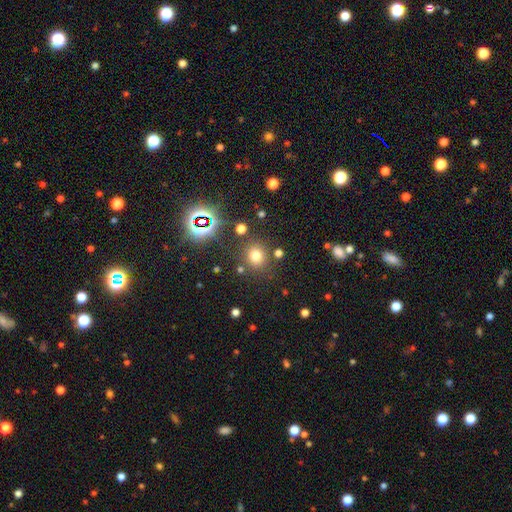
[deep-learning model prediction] This appears to be a smooth galaxy with no disk features (69%) that is round (82%). Merging: none (82%).